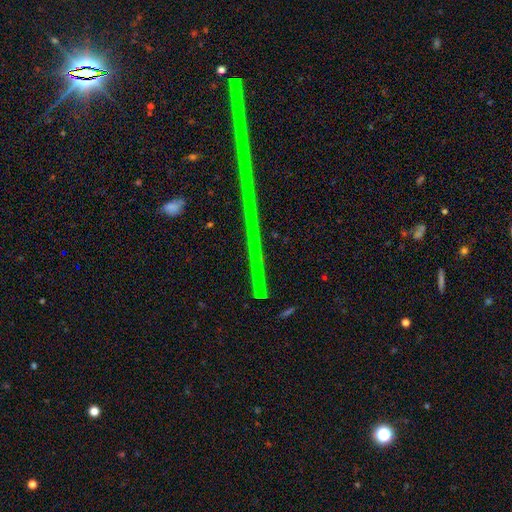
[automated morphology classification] A star or artifact, not a galaxy (81%).

Vote fractions:
- Smooth or featured? star or artifact: 81% / featured or disk: 12% / smooth: 7%